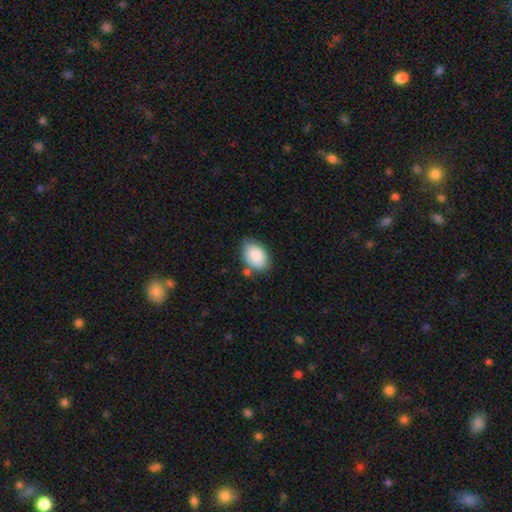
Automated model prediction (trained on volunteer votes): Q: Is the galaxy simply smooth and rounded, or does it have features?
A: smooth — 85%.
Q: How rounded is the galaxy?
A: in between — 86%.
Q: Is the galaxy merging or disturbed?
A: none — 68%.